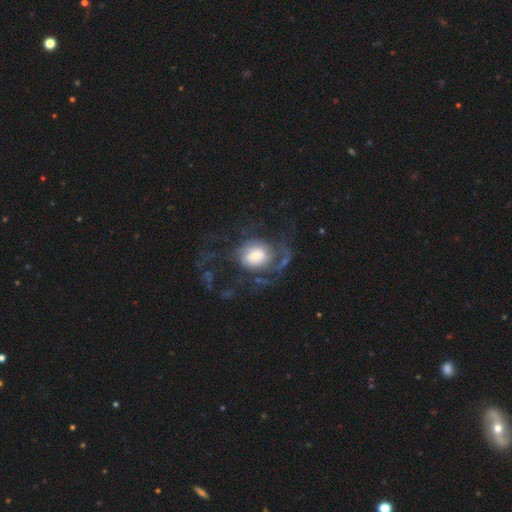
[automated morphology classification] featured or disk 67%, smooth 24%, star or artifact 8%. Down the decision tree: edge-on disk — no (97%); bar — no (69%); spiral arms — yes (82%); spiral arm count — 2 (39%); spiral winding — loose (44%); bulge size — large (41%); merging — major disturbance (46%).